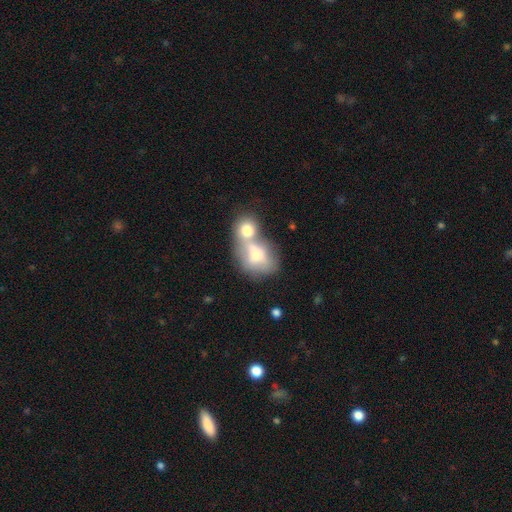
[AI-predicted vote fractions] A smooth galaxy with no disk features (64%) that is in between round and cigar-shaped (58%). Merging: merger (69%).